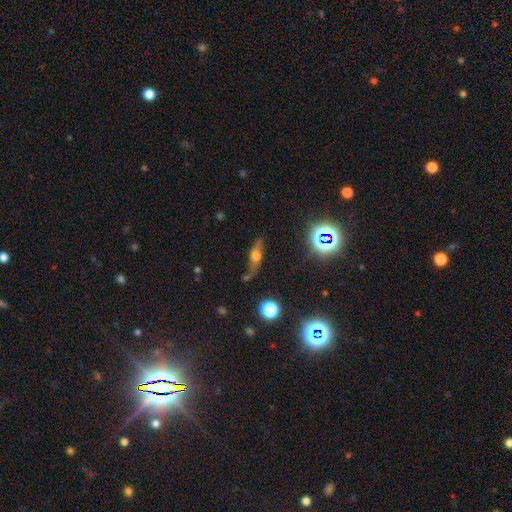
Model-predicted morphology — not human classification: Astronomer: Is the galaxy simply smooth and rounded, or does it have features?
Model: featured or disk — 50% (runner-up: smooth, 34%).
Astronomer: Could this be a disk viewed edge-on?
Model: yes — 62% (runner-up: no, 38%).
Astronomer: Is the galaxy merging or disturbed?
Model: none — 64%.